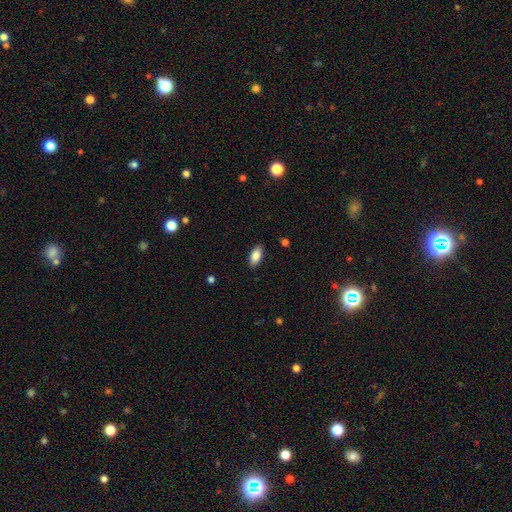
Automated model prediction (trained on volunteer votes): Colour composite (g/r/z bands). It shows a smooth galaxy with no disk features (84%) that is in between round and cigar-shaped (89%). Merging: none (88%).